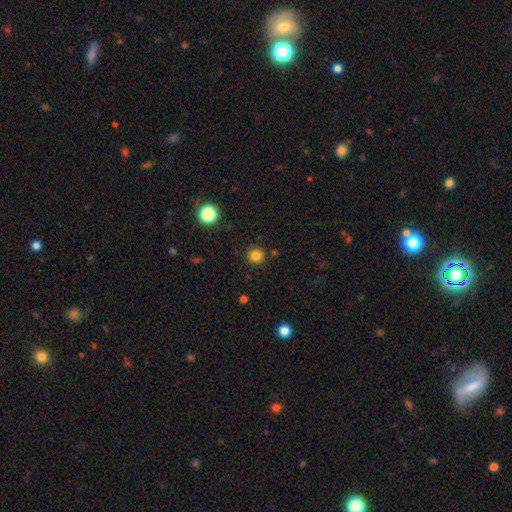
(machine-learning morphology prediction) A smooth galaxy with no disk features (82%) that is round (94%).

Vote fractions:
- Smooth or featured? smooth: 82% / star or artifact: 13% / featured or disk: 4%
- How rounded? round: 94% / in between: 6% / cigar-shaped: 1%
- Merging? none: 90% / minor disturbance: 6% / merger: 2% / major disturbance: 2%